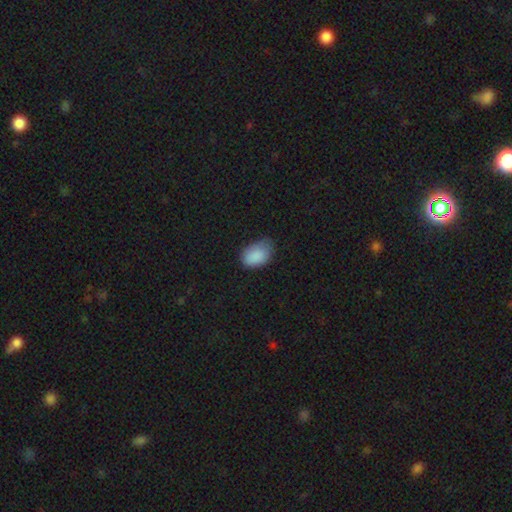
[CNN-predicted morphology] smooth_or_featured: smooth (p=0.87) [alt: star or artifact p=0.07]
how_rounded: in between (p=0.87) [alt: round p=0.12]
merging: none (p=0.49) [alt: minor disturbance p=0.41]